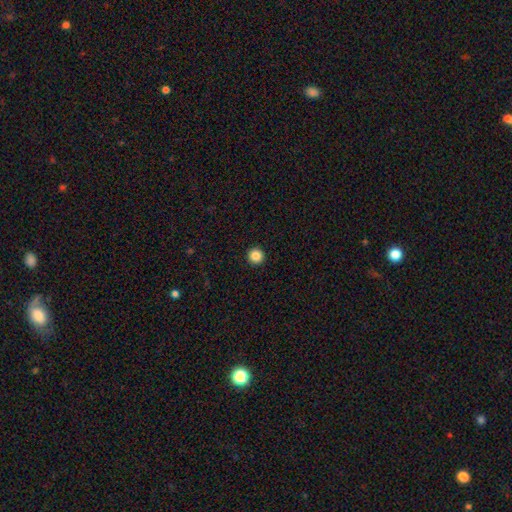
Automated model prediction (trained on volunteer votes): smooth-or-featured: smooth: 87% | star or artifact: 10% | featured or disk: 3%
  how-rounded: round: 96% | in between: 3% | cigar-shaped: 1%
  merging: none: 95% | minor disturbance: 3% | major disturbance: 1% | merger: 1%